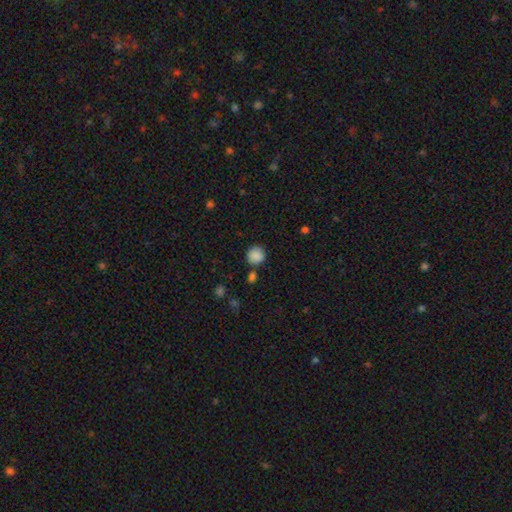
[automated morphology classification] This appears to be a smooth galaxy with no disk features (88%) that is round (91%). Merging: none (79%).